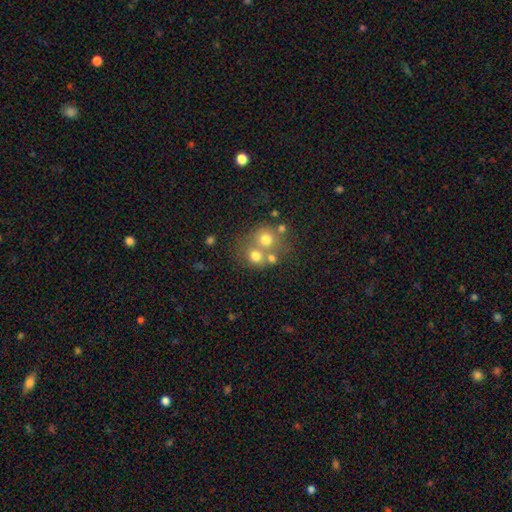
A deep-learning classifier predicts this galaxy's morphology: A smooth galaxy with no disk features (66%) that is round (81%). Merging: none (44%).